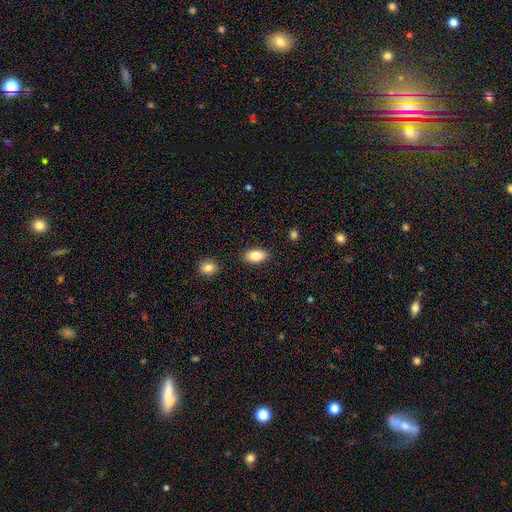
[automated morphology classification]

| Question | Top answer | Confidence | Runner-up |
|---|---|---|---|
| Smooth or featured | smooth | 85% | star or artifact (7%) |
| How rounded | in between | 93% | round (5%) |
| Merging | none | 87% | minor disturbance (9%) |